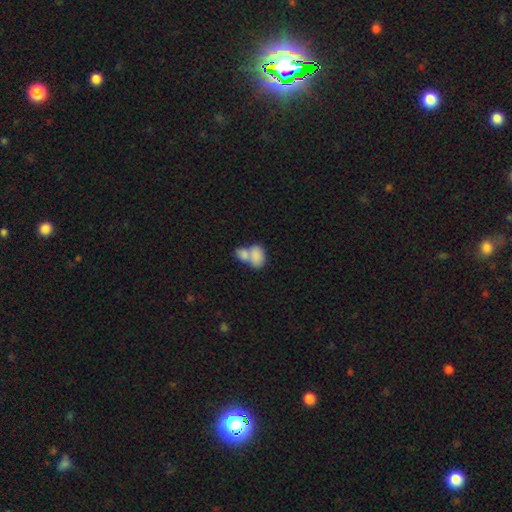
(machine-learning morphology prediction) Overall: smooth (80%). How rounded: in between (86%). Merging: merger (70%).